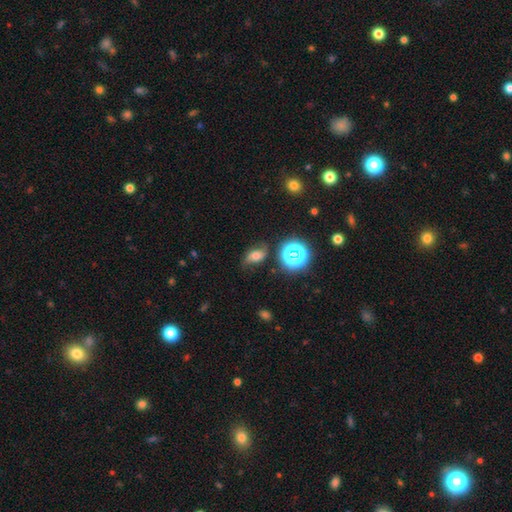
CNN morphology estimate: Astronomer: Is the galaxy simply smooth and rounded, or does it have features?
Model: smooth — 45% (runner-up: featured or disk, 34%).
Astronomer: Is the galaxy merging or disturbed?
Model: none — 62%.